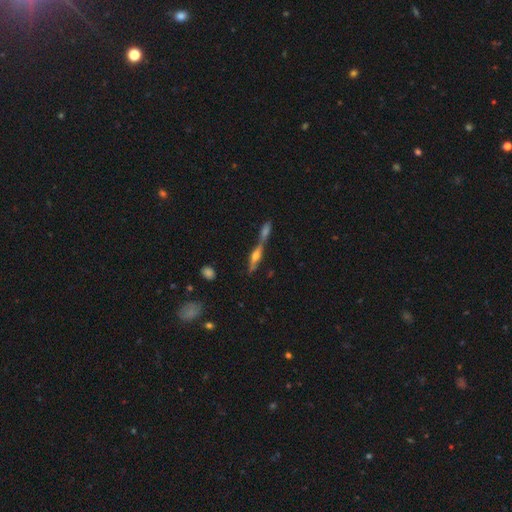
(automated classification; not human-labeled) featured or disk 63%, smooth 28%, star or artifact 9%. Down the decision tree: edge-on disk — yes (91%); edge-on bulge — rounded (88%); merging — merger (43%, tied with none).